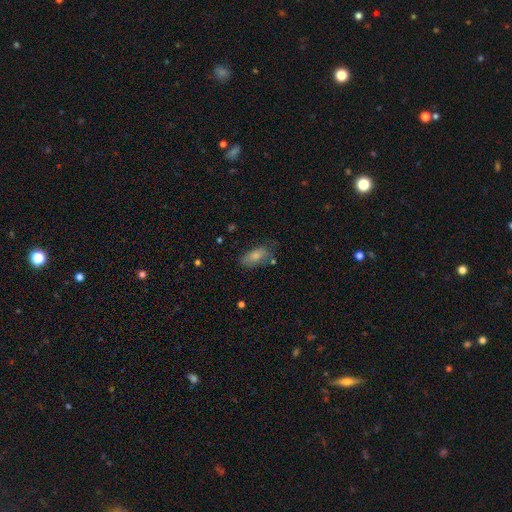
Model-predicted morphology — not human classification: A smooth galaxy with no disk features (77%) that is in between round and cigar-shaped (88%).

Vote fractions:
- Smooth or featured? smooth: 77% / featured or disk: 15% / star or artifact: 8%
- How rounded? in between: 88% / cigar-shaped: 8% / round: 4%
- Merging? none: 61% / minor disturbance: 26% / major disturbance: 8% / merger: 5%